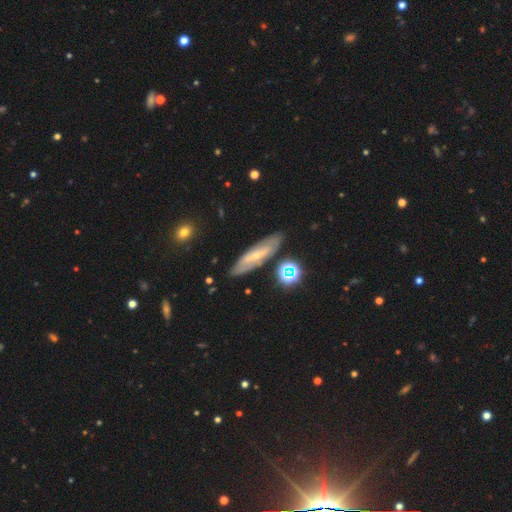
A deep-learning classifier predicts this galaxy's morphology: smooth_or_featured: featured or disk (p=0.62) [alt: smooth p=0.29]
disk_edge_on: no (p=0.65) [alt: yes p=0.35]
merging: none (p=0.81) [alt: minor disturbance p=0.13]